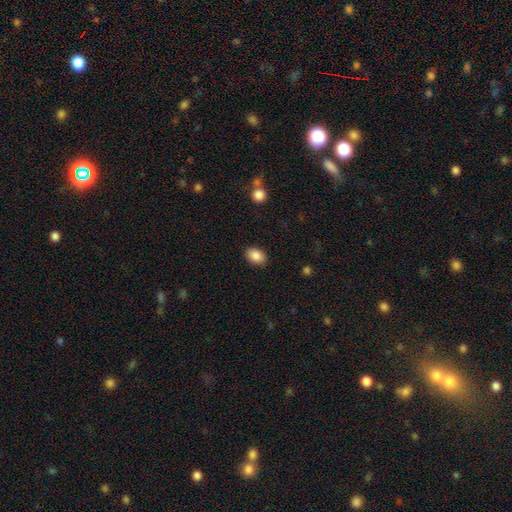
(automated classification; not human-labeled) This appears to be a smooth galaxy with no disk features (87%) that is in between round and cigar-shaped (81%). Merging: none (87%).